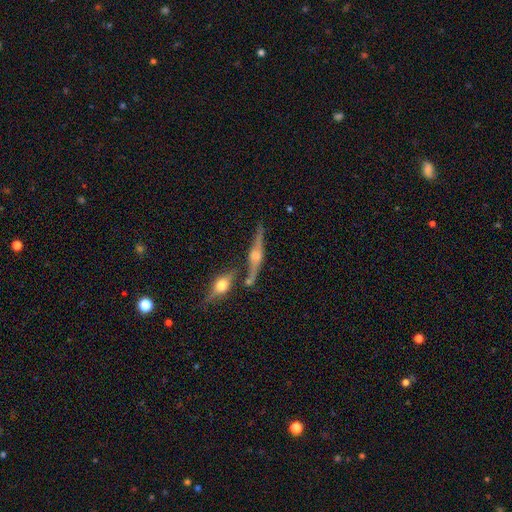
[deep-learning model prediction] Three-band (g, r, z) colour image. It shows a featured or disk galaxy (84%) viewed edge-on (97%) with a rounded central bulge (91%). Merging: none (72%).